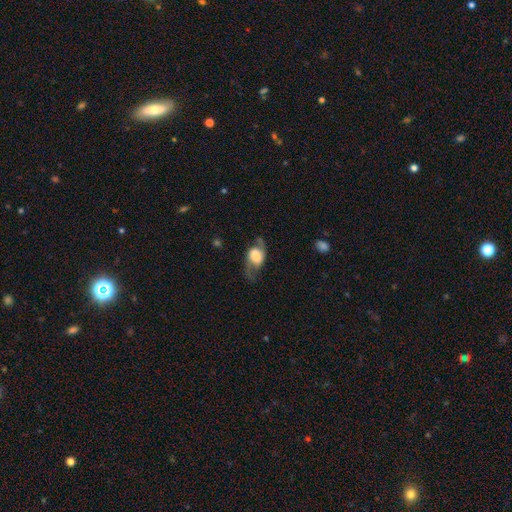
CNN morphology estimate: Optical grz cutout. It shows a featured or disk galaxy (57%) with no bar (54%), spiral arms (82%) and a large central bulge (44%). Merging: none (56%).